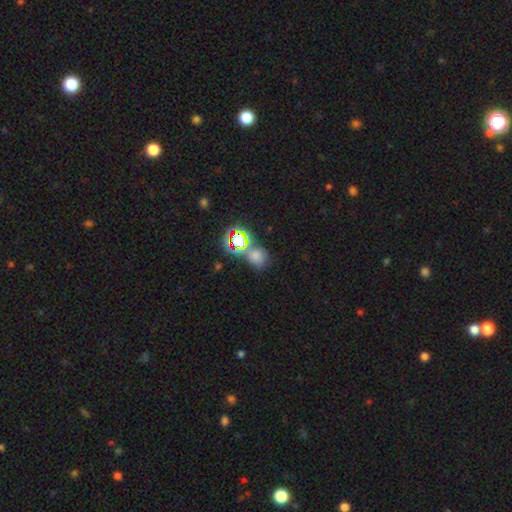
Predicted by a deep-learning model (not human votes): smooth-or-featured: smooth: 55% | star or artifact: 35% | featured or disk: 10%
  how-rounded: round: 69% | in between: 30% | cigar-shaped: 1%
  merging: none: 53% | merger: 25% | minor disturbance: 14% | major disturbance: 7%